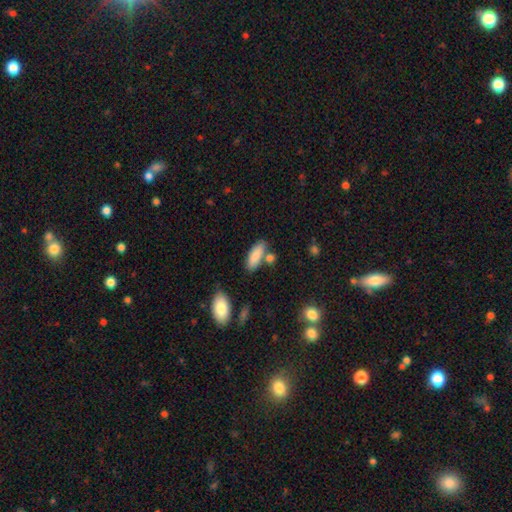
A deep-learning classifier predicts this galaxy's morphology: smooth 85%, featured or disk 9%, star or artifact 6%. Down the decision tree: how rounded — in between (73%); merging — none (68%).